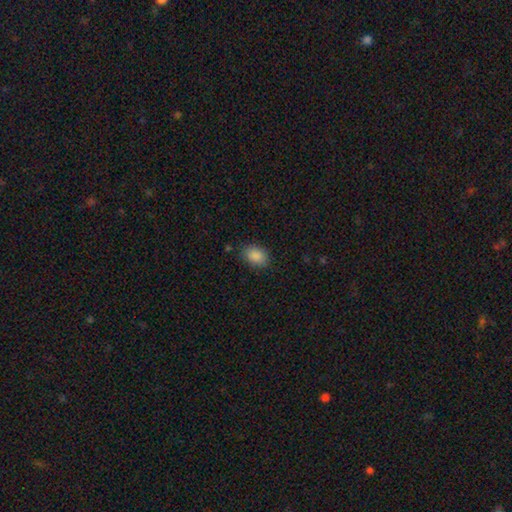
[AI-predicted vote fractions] This appears to be a smooth galaxy with no disk features (88%) that is in between round and cigar-shaped (79%). Merging: none (83%).